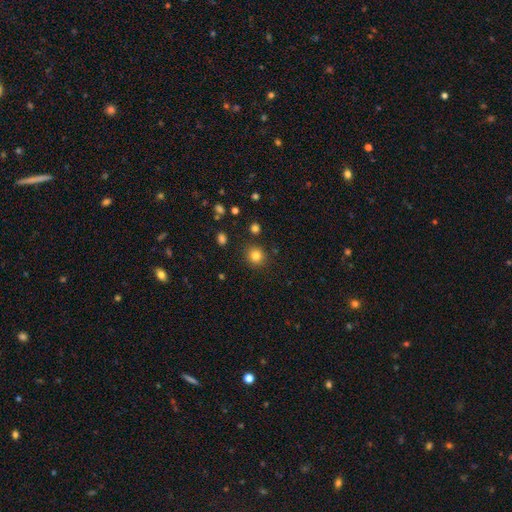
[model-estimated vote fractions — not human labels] Smooth or featured: smooth — 83% (star or artifact — 12%)
How rounded: round — 88% (in between — 11%)
Merging: none — 87% (minor disturbance — 7%)